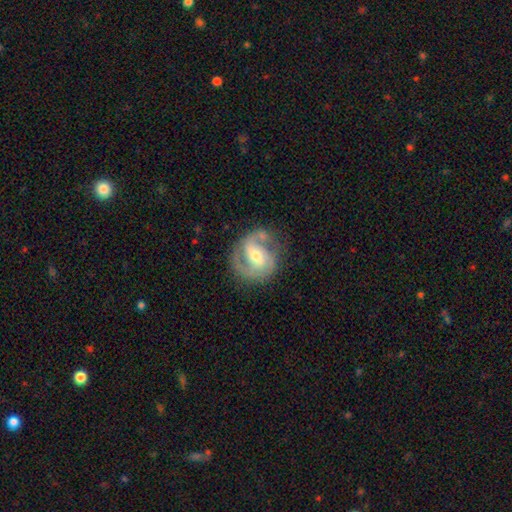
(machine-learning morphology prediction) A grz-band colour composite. It shows a featured or disk galaxy (86%) with a weak bar (49%), 2 (74%) medium (51%) spiral arms (96%) and a moderate central bulge (58%). Merging: none (68%).